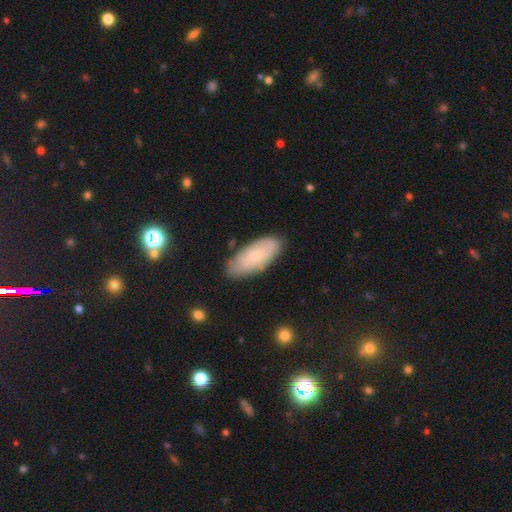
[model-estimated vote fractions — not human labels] The model was most divided on "smooth or featured": smooth: 61%, featured or disk: 32%, star or artifact: 7%. More confident: how rounded — in between (87%); merging — none (80%).